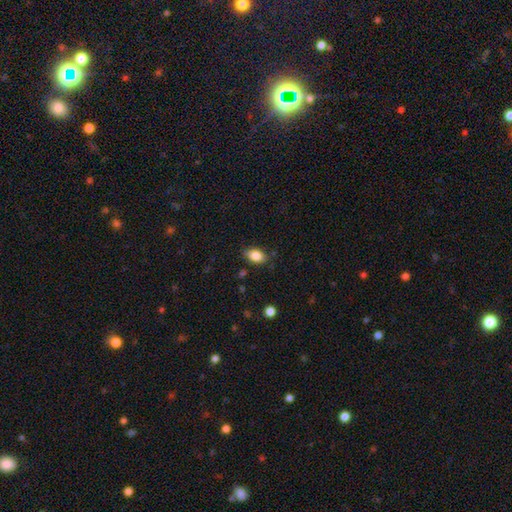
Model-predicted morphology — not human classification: smooth_or_featured: smooth (p=0.85) [alt: star or artifact p=0.08]
how_rounded: in between (p=0.87) [alt: round p=0.11]
merging: none (p=0.80) [alt: minor disturbance p=0.15]